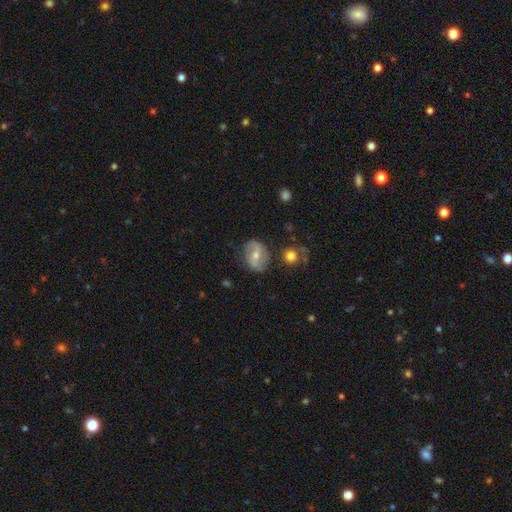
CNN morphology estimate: A featured or disk galaxy (54%) with a weak bar (38%), spiral arms (66%) and a moderate central bulge (63%).

Vote fractions:
- Smooth or featured? featured or disk: 54% / smooth: 38% / star or artifact: 8%
- Edge-on disk? no: 95% / yes: 5%
- Bar? weak: 38% / no: 33% / strong: 29%
- Spiral arms? yes: 66% / no: 34%
- Bulge size? moderate: 63% / small: 32% / large: 3% / none: 1% / dominant: 1%
- Merging? none: 77% / minor disturbance: 15% / major disturbance: 5% / merger: 3%